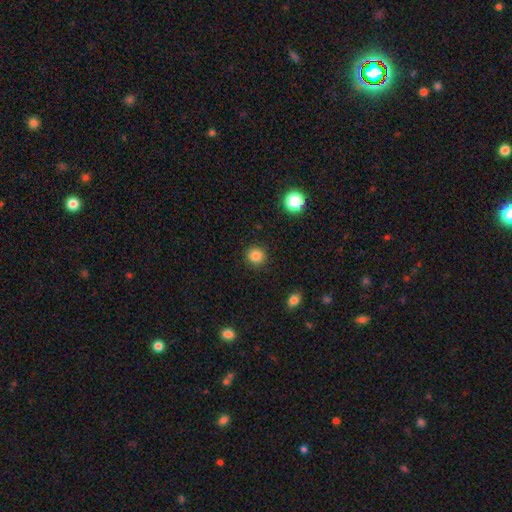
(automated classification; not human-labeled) smooth-or-featured: smooth: 85% | star or artifact: 11% | featured or disk: 4%
  how-rounded: round: 93% | in between: 6% | cigar-shaped: 1%
  merging: none: 91% | minor disturbance: 5% | major disturbance: 2% | merger: 1%